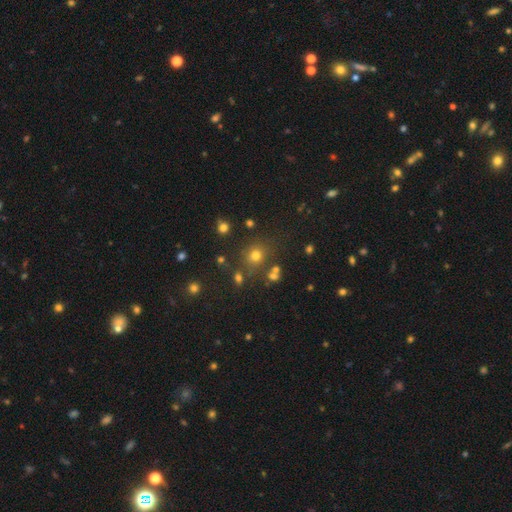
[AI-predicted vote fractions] Smooth or featured? Predicted: smooth (p=0.69). How rounded? Predicted: round (p=0.82). Merging? Predicted: none (p=0.73).